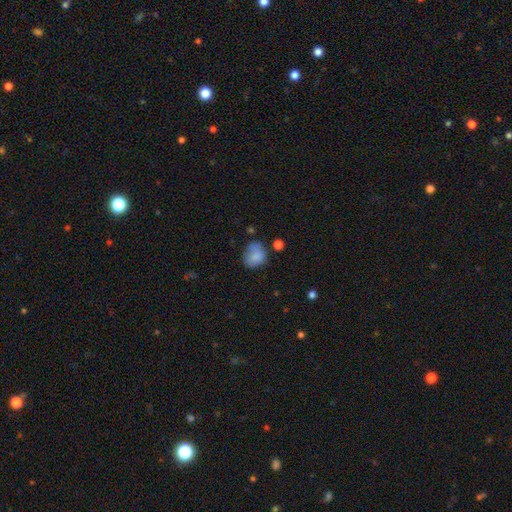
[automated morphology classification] smooth_or_featured: smooth (p=0.79) [alt: featured or disk p=0.11]
how_rounded: round (p=0.51) [alt: in between p=0.48]
merging: none (p=0.51) [alt: minor disturbance p=0.31]